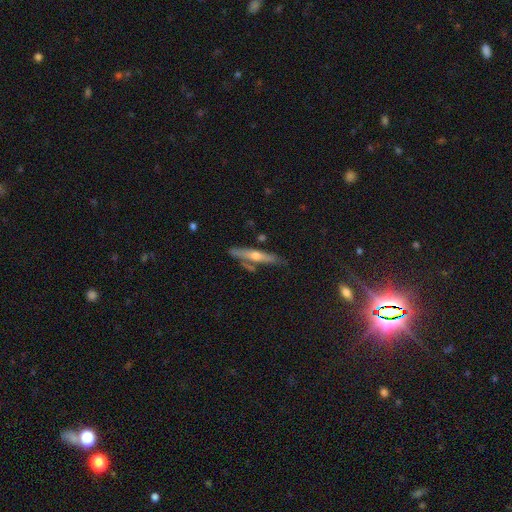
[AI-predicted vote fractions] The model was most divided on "smooth or featured": featured or disk: 61%, smooth: 32%, star or artifact: 7%. More confident: edge-on disk — yes (92%); edge-on bulge — rounded (86%); merging — none (75%).